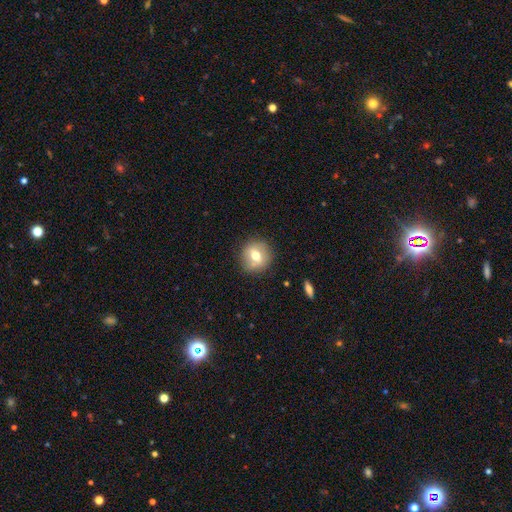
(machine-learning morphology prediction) A smooth galaxy with no disk features (61%) that is round (87%). Merging: none (84%).